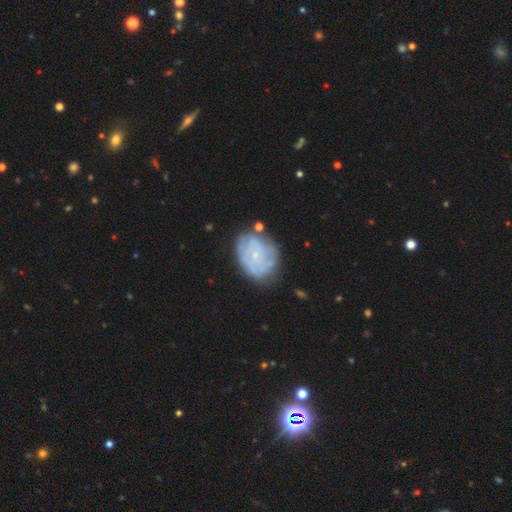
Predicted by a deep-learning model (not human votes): The model was most divided on "smooth or featured": featured or disk: 68%, smooth: 25%, star or artifact: 7%. More confident: edge-on disk — no (97%); bulge size — small (81%); bar — no (80%); spiral arms — yes (72%); merging — none (66%).